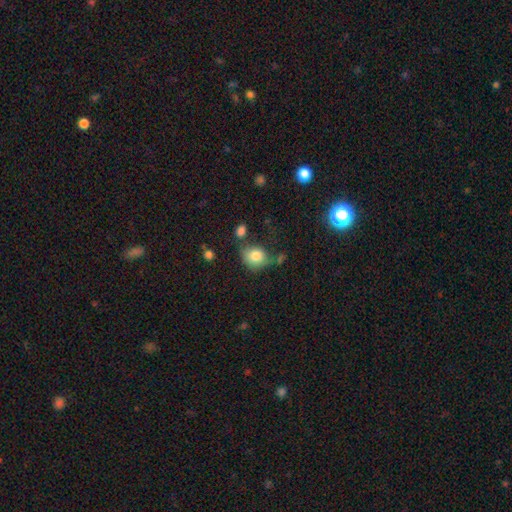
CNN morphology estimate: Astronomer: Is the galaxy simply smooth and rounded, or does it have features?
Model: smooth — 80%.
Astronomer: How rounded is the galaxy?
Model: round — 59% (runner-up: in between, 40%).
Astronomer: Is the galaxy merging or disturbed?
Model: none — 55%.